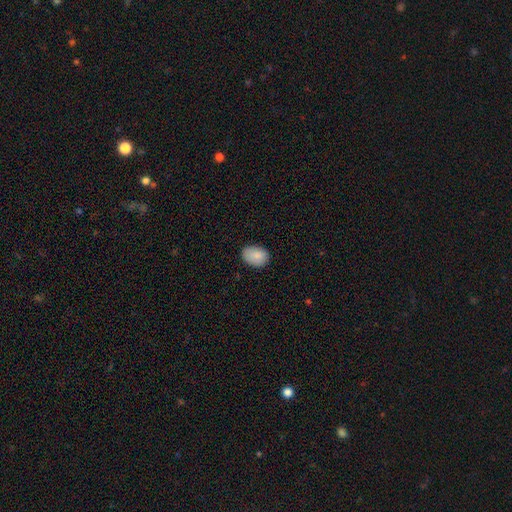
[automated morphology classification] A smooth galaxy with no disk features (87%) that is in between round and cigar-shaped (77%).

Vote fractions:
- Smooth or featured? smooth: 87% / star or artifact: 7% / featured or disk: 6%
- How rounded? in between: 77% / round: 22% / cigar-shaped: 1%
- Merging? none: 81% / minor disturbance: 15% / major disturbance: 3% / merger: 1%